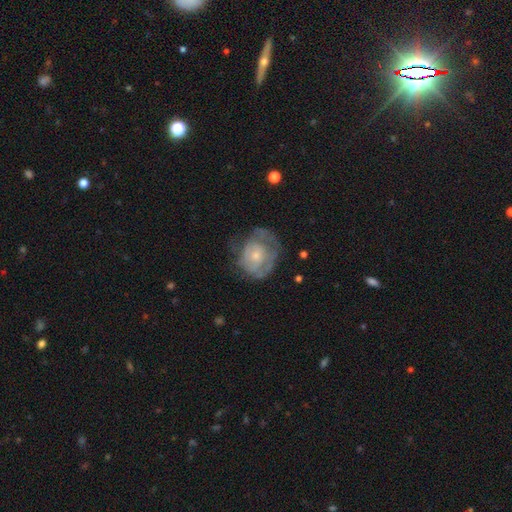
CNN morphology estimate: Smooth or featured? Predicted: featured or disk (p=0.55). Edge-on disk? Predicted: no (p=0.97). Bar? Predicted: no (p=0.83). Spiral arms? Predicted: no (p=0.50, tied with yes). Bulge size? Predicted: small (p=0.55). Merging? Predicted: none (p=0.47).